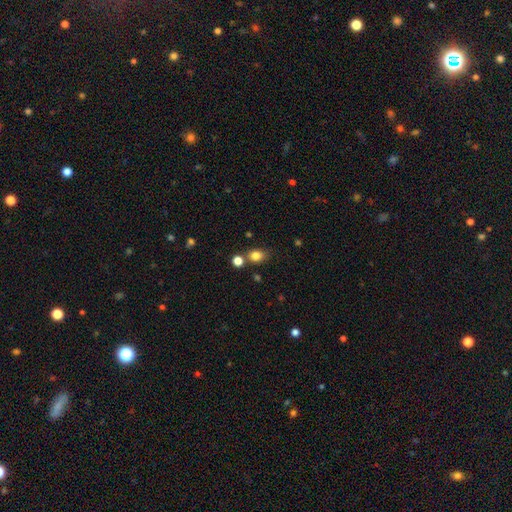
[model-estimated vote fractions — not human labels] Smooth or featured: smooth — 81% (star or artifact — 13%)
How rounded: in between — 50% (round — 49%)
Merging: none — 70% (minor disturbance — 14%)